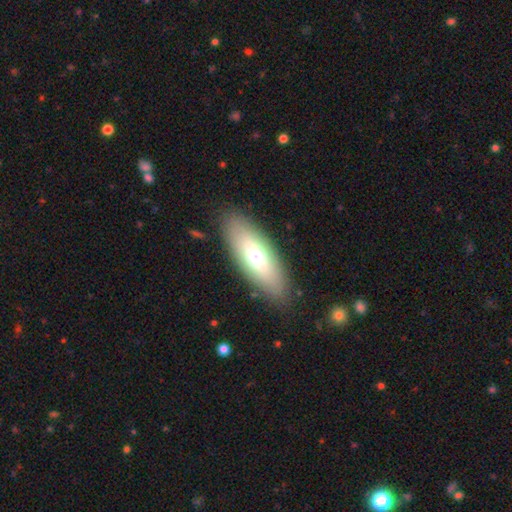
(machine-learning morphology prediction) Smooth or featured? smooth (59%)
How rounded? in between (68%)
Merging? none (86%)